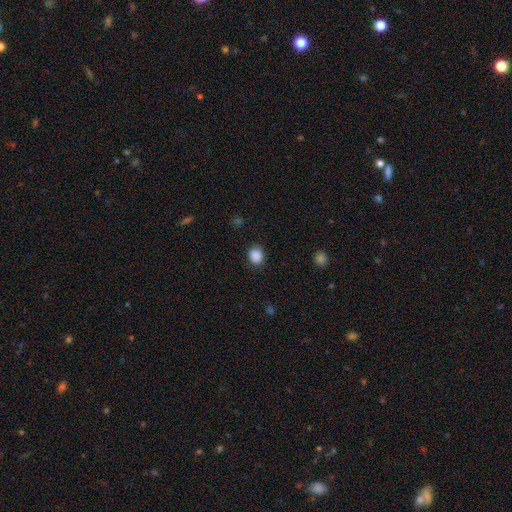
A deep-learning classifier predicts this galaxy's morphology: A smooth galaxy with no disk features (88%) that is round (66%).

Vote fractions:
- Smooth or featured? smooth: 88% / star or artifact: 9% / featured or disk: 3%
- How rounded? round: 66% / in between: 33% / cigar-shaped: 1%
- Merging? none: 86% / minor disturbance: 10% / major disturbance: 3% / merger: 1%